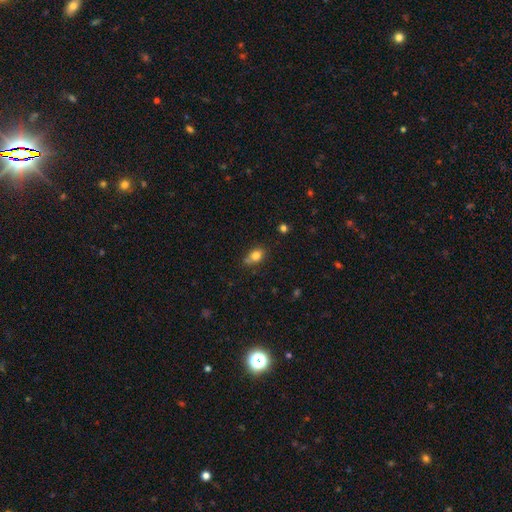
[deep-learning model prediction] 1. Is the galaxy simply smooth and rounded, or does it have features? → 80% smooth, 11% star or artifact, 9% featured or disk.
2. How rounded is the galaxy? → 64% in between, 34% round, 2% cigar-shaped.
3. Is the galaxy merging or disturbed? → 60% none, 22% minor disturbance, 13% merger, 5% major disturbance.